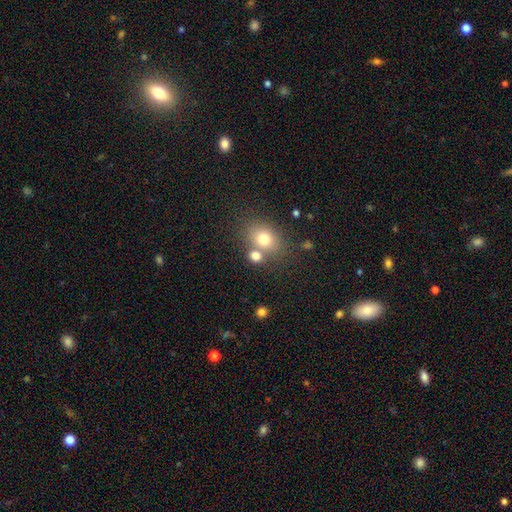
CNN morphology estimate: Smooth or featured?
  - smooth: 76% *
  - star or artifact: 13%
  - featured or disk: 12%
How rounded?
  - round: 55% *
  - in between: 44%
  - cigar-shaped: 1%
Merging?
  - none: 56% *
  - merger: 29%
  - minor disturbance: 10%
  - major disturbance: 4%